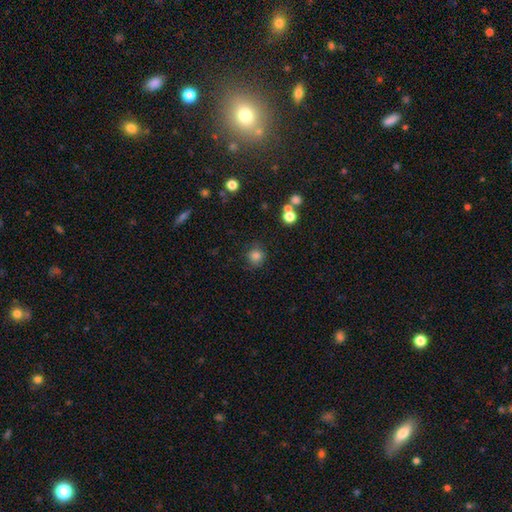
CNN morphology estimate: Smooth or featured? Predicted: smooth (p=0.83). How rounded? Predicted: round (p=0.91). Merging? Predicted: none (p=0.82).